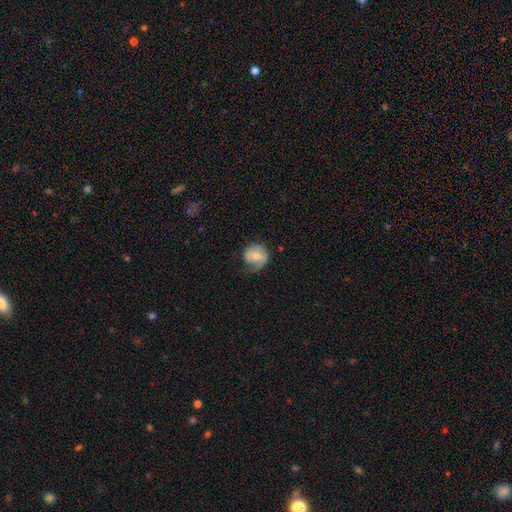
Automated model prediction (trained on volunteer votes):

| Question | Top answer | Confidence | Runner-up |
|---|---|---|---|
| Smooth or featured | smooth | 50% | featured or disk (43%) |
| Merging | none | 52% | minor disturbance (29%) |